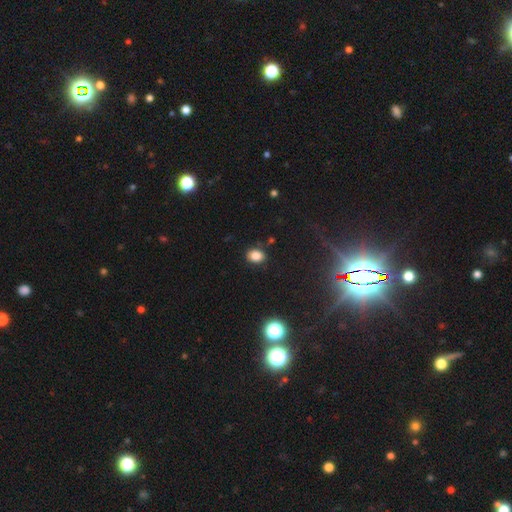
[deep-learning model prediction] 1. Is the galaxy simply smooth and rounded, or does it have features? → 83% smooth, 12% star or artifact, 5% featured or disk.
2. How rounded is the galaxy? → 61% in between, 38% round, 1% cigar-shaped.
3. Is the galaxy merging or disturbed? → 82% none, 13% minor disturbance, 3% major disturbance, 2% merger.